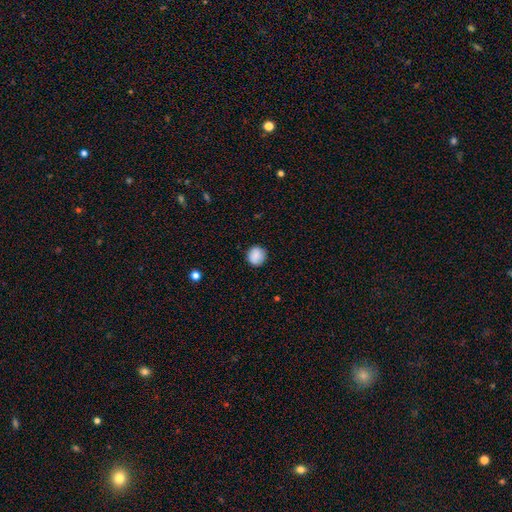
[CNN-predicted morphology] Smooth or featured?
  - smooth: 87% *
  - star or artifact: 8%
  - featured or disk: 5%
How rounded?
  - round: 88% *
  - in between: 11%
  - cigar-shaped: 1%
Merging?
  - none: 87% *
  - minor disturbance: 9%
  - major disturbance: 2%
  - merger: 1%